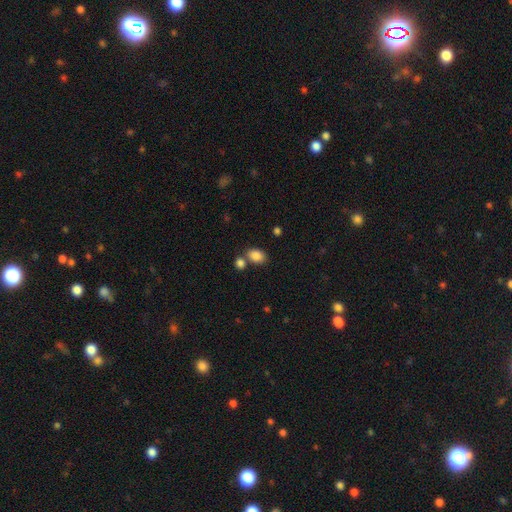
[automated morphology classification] Smooth or featured? Predicted: smooth (p=0.86). How rounded? Predicted: in between (p=0.78). Merging? Predicted: none (p=0.60).